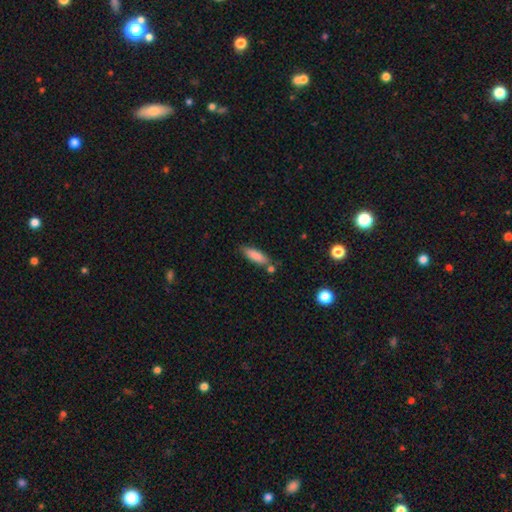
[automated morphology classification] A smooth galaxy with no disk features (84%) that is cigar-shaped (51%).

Vote fractions:
- Smooth or featured? smooth: 84% / featured or disk: 10% / star or artifact: 7%
- How rounded? cigar-shaped: 51% / in between: 47% / round: 2%
- Merging? none: 68% / minor disturbance: 16% / merger: 12% / major disturbance: 4%